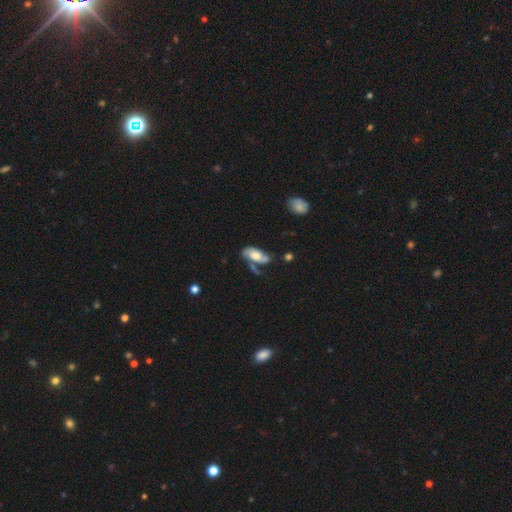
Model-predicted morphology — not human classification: Overall: featured or disk (50%; smooth 43%). Edge-on disk: no (88%). Merging: none (35%; major disturbance 24%).